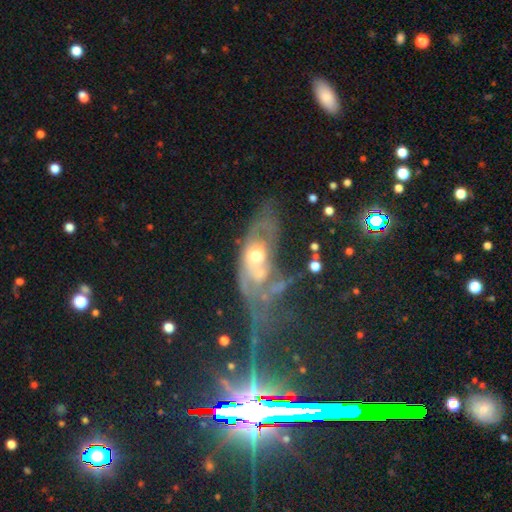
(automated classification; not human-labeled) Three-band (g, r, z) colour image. It shows a featured or disk galaxy (65%) with no bar (81%), no spiral arms (53%) and a moderate central bulge (65%). Merging: merger (38%, tied with major disturbance).